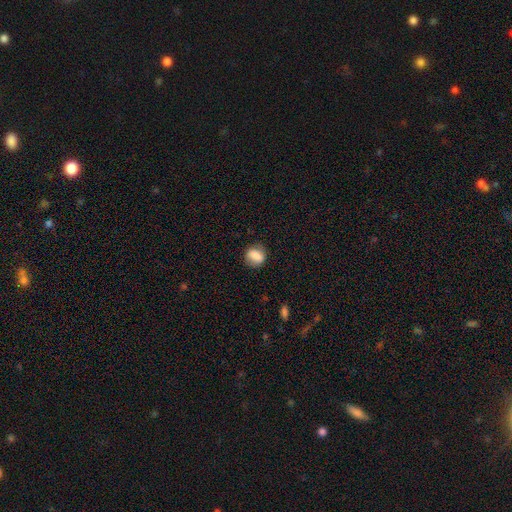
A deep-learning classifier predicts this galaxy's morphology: Overall: smooth (83%). How rounded: round (51%; in between 46%). Merging: none (75%).